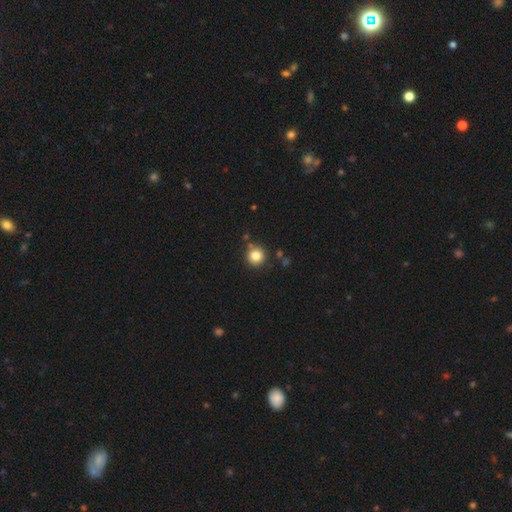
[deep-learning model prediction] A smooth galaxy with no disk features (83%) that is round (94%). Merging: none (83%).